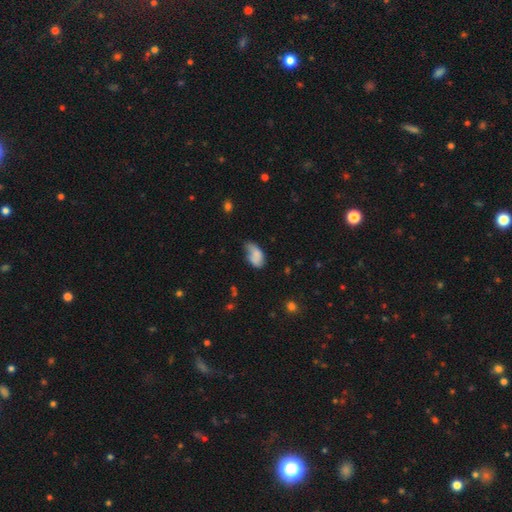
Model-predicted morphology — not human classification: smooth 73%, featured or disk 18%, star or artifact 9%. Down the decision tree: how rounded — in between (91%); merging — minor disturbance (37%).